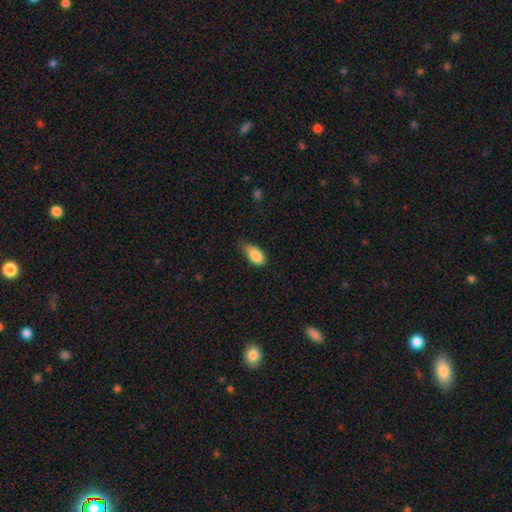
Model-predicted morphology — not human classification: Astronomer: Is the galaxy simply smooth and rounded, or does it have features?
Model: smooth — 86%.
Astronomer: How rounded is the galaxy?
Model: in between — 90%.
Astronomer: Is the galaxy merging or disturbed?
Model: none — 48% (runner-up: minor disturbance, 42%).